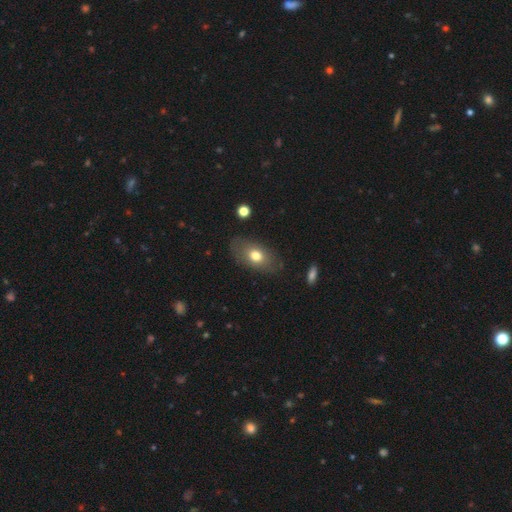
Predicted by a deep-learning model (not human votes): Smooth or featured?
  - smooth: 70% *
  - featured or disk: 21%
  - star or artifact: 8%
How rounded?
  - in between: 87% *
  - round: 10%
  - cigar-shaped: 3%
Merging?
  - none: 79% *
  - minor disturbance: 15%
  - major disturbance: 5%
  - merger: 2%